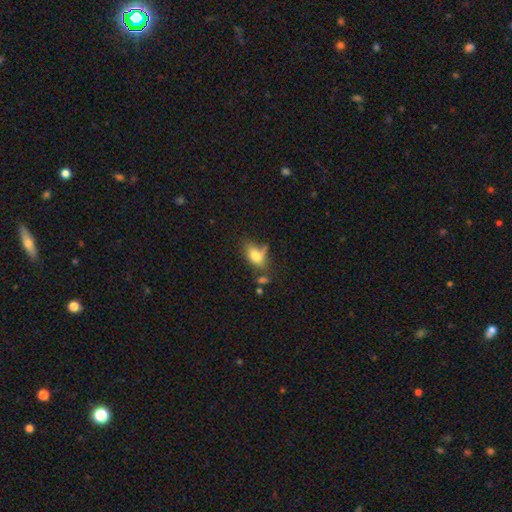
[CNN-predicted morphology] smooth-or-featured: smooth: 72% | featured or disk: 18% | star or artifact: 10%
  how-rounded: in between: 82% | round: 13% | cigar-shaped: 5%
  merging: none: 44% | minor disturbance: 26% | major disturbance: 16% | merger: 14%